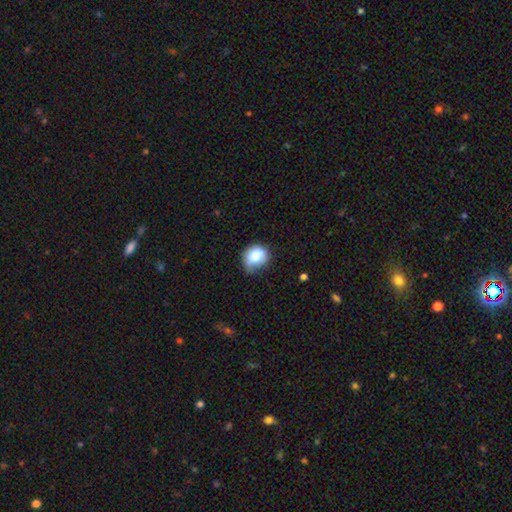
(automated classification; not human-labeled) Smooth or featured? smooth (81%)
How rounded? round (64%)
Merging? none (46%)